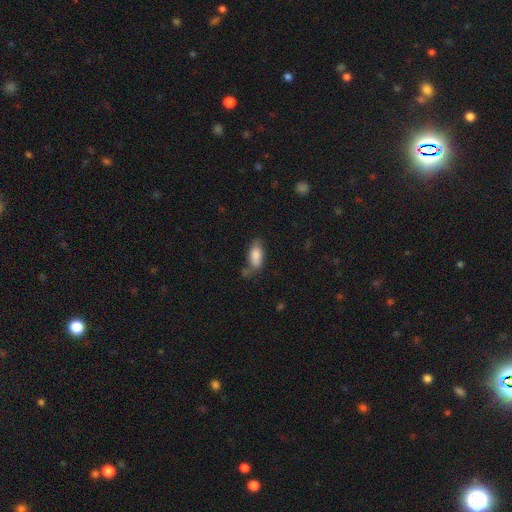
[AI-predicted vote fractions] Smooth or featured: smooth — 82% (featured or disk — 11%)
How rounded: in between — 87% (cigar-shaped — 10%)
Merging: none — 55% (minor disturbance — 28%)